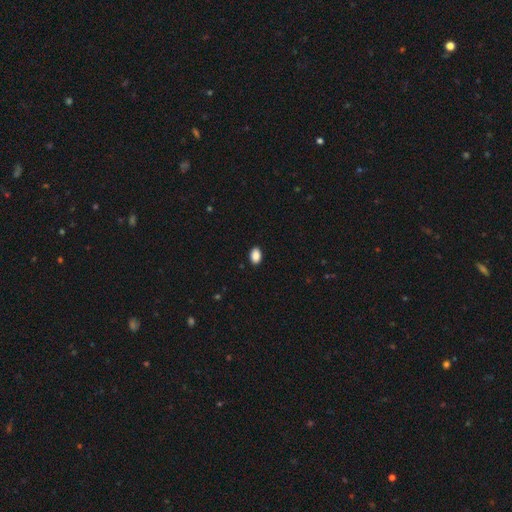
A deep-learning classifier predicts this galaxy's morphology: smooth 89%, star or artifact 8%, featured or disk 3%. Down the decision tree: how rounded — in between (88%); merging — none (90%).